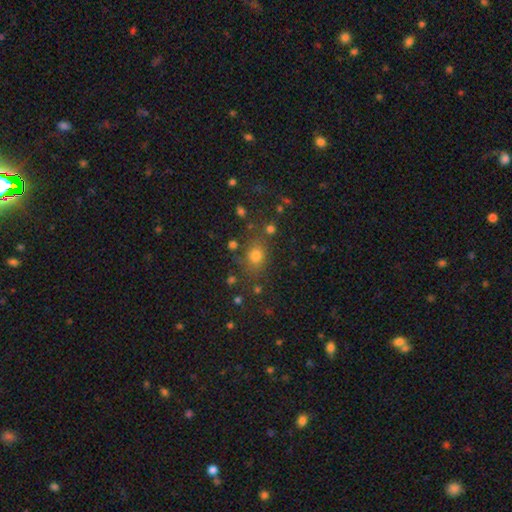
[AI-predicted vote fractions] This is likely a smooth galaxy (71%). How rounded: possibly round (56%). Merging: likely none (74%).